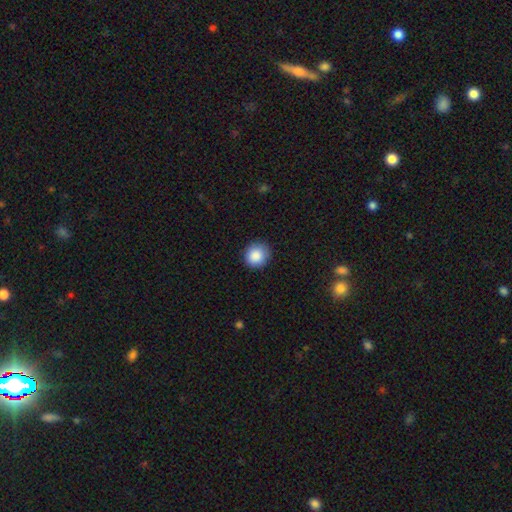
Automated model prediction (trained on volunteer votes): A smooth galaxy with no disk features (88%) that is round (89%).

Vote fractions:
- Smooth or featured? smooth: 88% / star or artifact: 8% / featured or disk: 4%
- How rounded? round: 89% / in between: 10% / cigar-shaped: 1%
- Merging? none: 86% / minor disturbance: 11% / major disturbance: 2% / merger: 1%